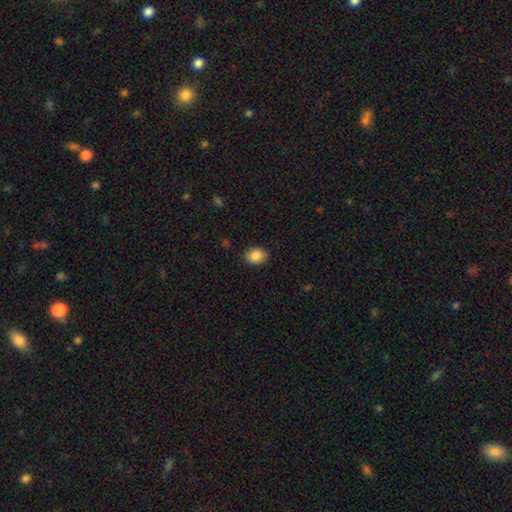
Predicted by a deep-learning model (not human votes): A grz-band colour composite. It shows a smooth galaxy with no disk features (87%) that is in between round and cigar-shaped (56%). Merging: none (88%).